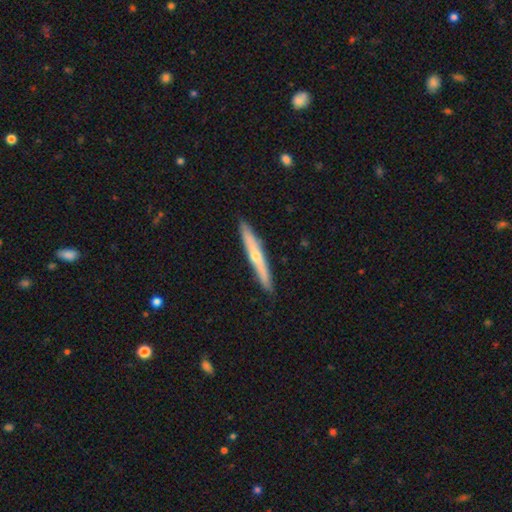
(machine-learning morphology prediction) A featured or disk galaxy (58%) viewed edge-on (94%) with a rounded central bulge (78%). Merging: none (90%).